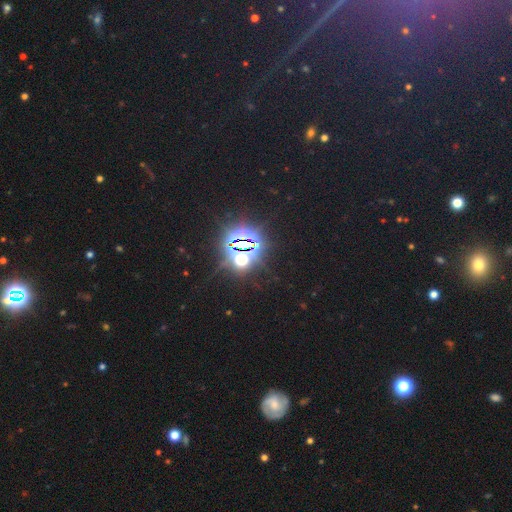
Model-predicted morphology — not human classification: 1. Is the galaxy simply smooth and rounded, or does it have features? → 83% star or artifact, 9% smooth, 7% featured or disk.